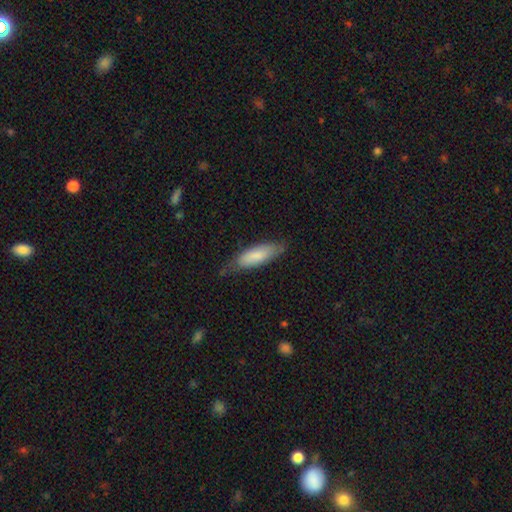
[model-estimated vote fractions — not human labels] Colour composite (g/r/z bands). It shows a smooth galaxy with no disk features (81%) that is in between round and cigar-shaped (59%). Merging: none (68%).